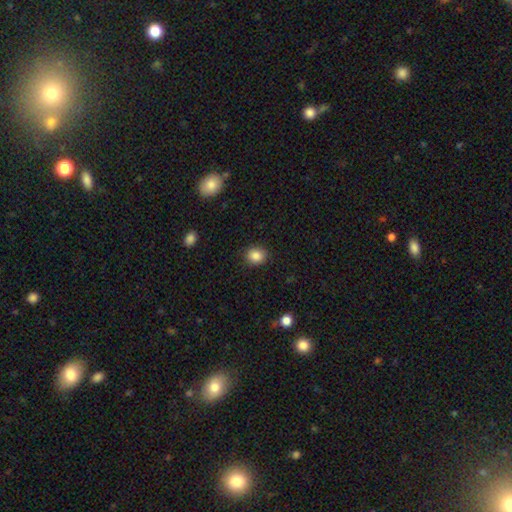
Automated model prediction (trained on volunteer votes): A smooth galaxy with no disk features (86%) that is round (72%).

Vote fractions:
- Smooth or featured? smooth: 86% / star or artifact: 10% / featured or disk: 4%
- How rounded? round: 72% / in between: 27% / cigar-shaped: 1%
- Merging? none: 89% / minor disturbance: 7% / major disturbance: 2% / merger: 1%